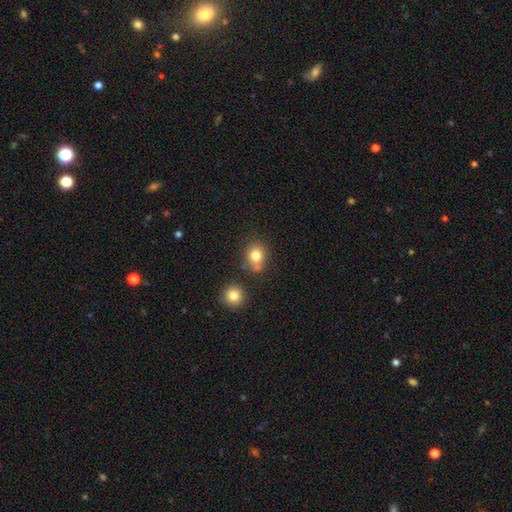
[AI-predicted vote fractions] The model was most divided on "how rounded": round: 68%, in between: 31%, cigar-shaped: 1%. More confident: smooth or featured — smooth (80%); merging — none (64%).